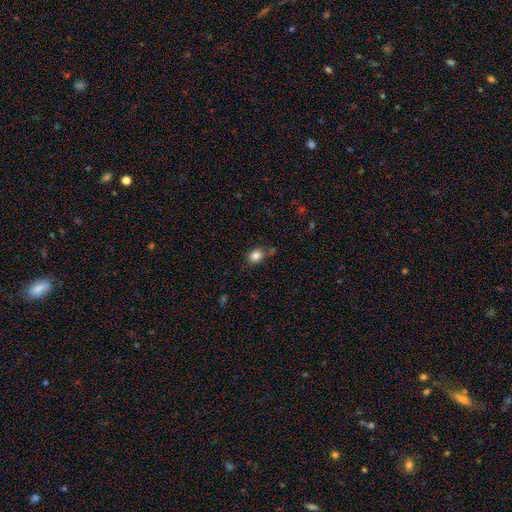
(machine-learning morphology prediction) A smooth galaxy with no disk features (84%) that is round (50%). Merging: none (74%).